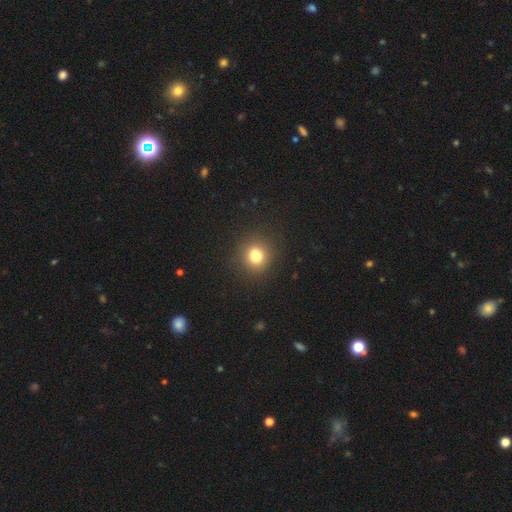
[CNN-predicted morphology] smooth_or_featured: smooth (p=0.79) [alt: star or artifact p=0.14]
how_rounded: round (p=0.85) [alt: in between p=0.14]
merging: none (p=0.90) [alt: minor disturbance p=0.07]